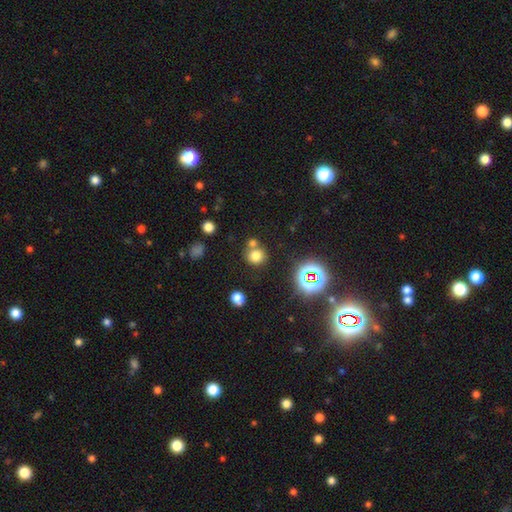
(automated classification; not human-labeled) smooth-or-featured: smooth: 72% | star or artifact: 19% | featured or disk: 8%
  how-rounded: round: 87% | in between: 12% | cigar-shaped: 1%
  merging: none: 62% | merger: 26% | minor disturbance: 9% | major disturbance: 4%